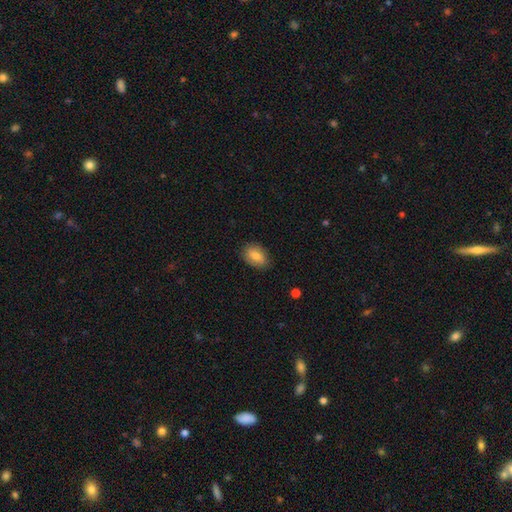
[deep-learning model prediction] Smooth or featured? smooth (82%)
How rounded? in between (86%)
Merging? none (83%)